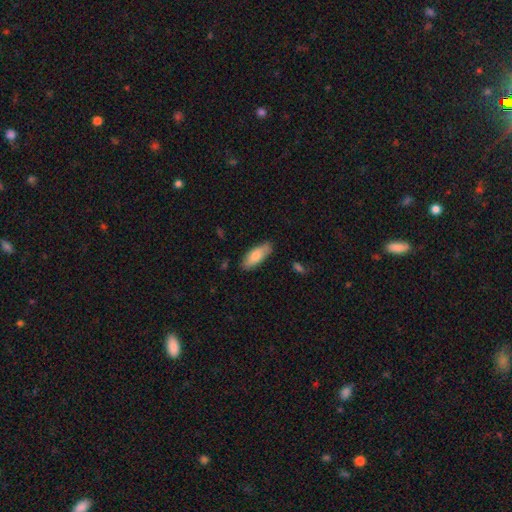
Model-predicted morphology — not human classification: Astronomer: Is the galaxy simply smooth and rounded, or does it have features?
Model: smooth — 77%.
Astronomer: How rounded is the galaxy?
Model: in between — 72%.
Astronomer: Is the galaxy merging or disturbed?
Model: none — 81%.